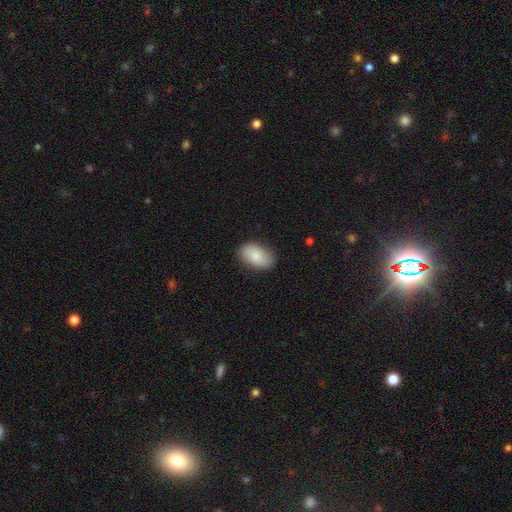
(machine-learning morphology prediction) This appears to be a smooth galaxy with no disk features (85%) that is in between round and cigar-shaped (93%). Merging: none (84%).